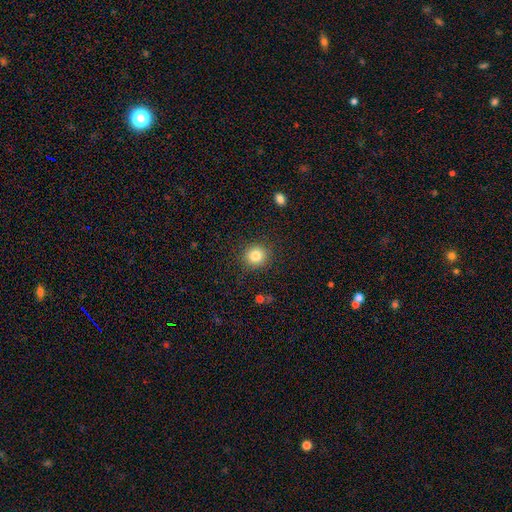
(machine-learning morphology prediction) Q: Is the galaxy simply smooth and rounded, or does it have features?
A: smooth — 84%.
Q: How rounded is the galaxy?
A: round — 89%.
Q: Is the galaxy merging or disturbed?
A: none — 89%.